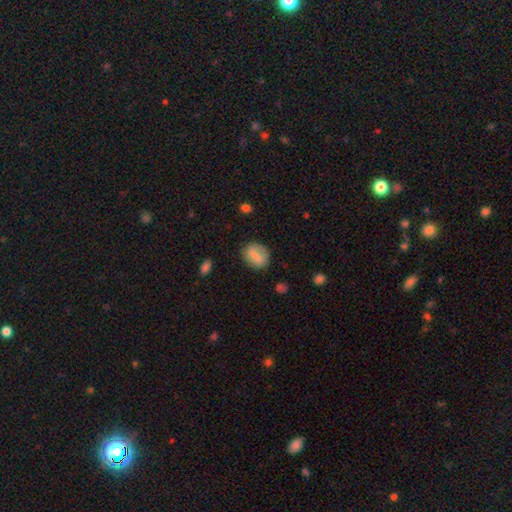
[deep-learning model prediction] Smooth or featured? smooth (73%)
How rounded? in between (61%)
Merging? none (80%)